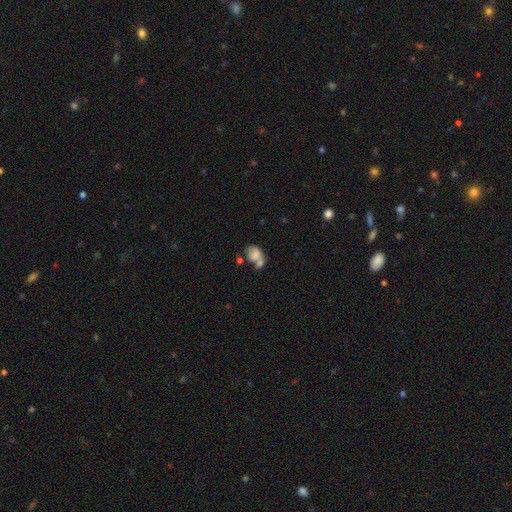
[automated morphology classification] smooth-or-featured: smooth: 66% | featured or disk: 23% | star or artifact: 10%
  how-rounded: in between: 69% | round: 29% | cigar-shaped: 1%
  merging: merger: 46% | none: 26% | minor disturbance: 17% | major disturbance: 11%